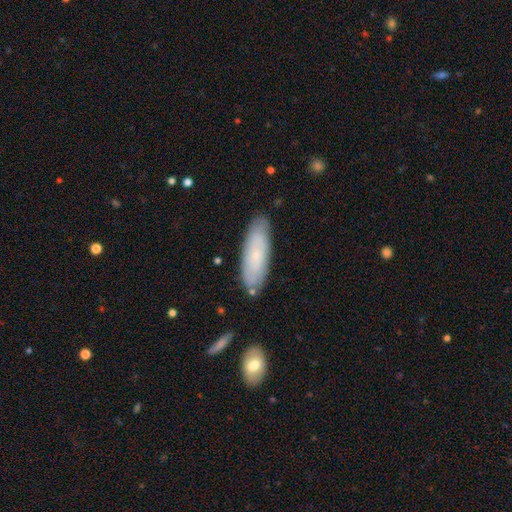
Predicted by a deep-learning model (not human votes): Smooth or featured? smooth (63%)
How rounded? in between (58%)
Merging? none (80%)